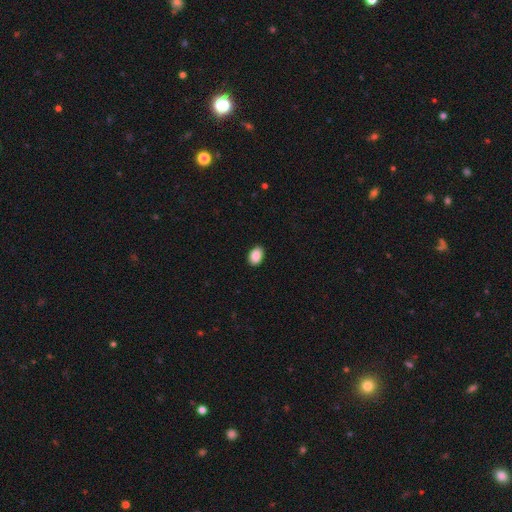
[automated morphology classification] This appears to be a smooth galaxy with no disk features (90%) that is in between round and cigar-shaped (86%). Merging: none (89%).